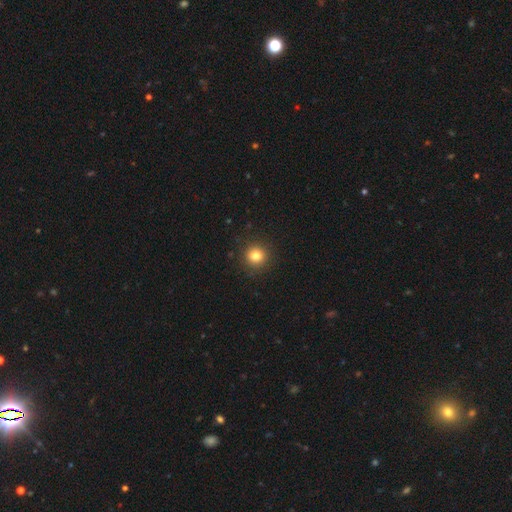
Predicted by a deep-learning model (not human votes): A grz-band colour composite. It shows a smooth galaxy with no disk features (82%) that is round (92%). Merging: none (90%).